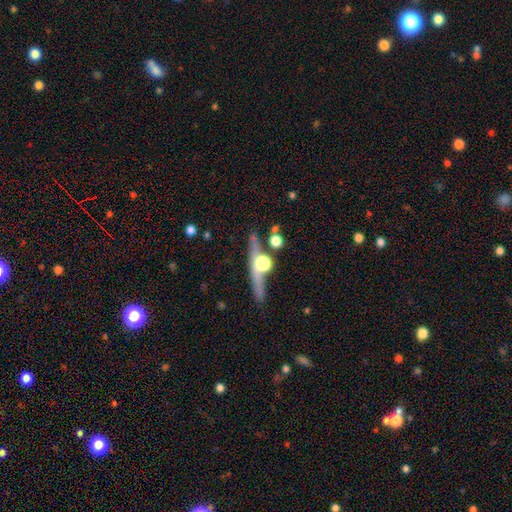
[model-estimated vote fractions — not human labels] A featured or disk galaxy (75%) viewed edge-on (94%) with a rounded central bulge (93%). Merging: none (77%).